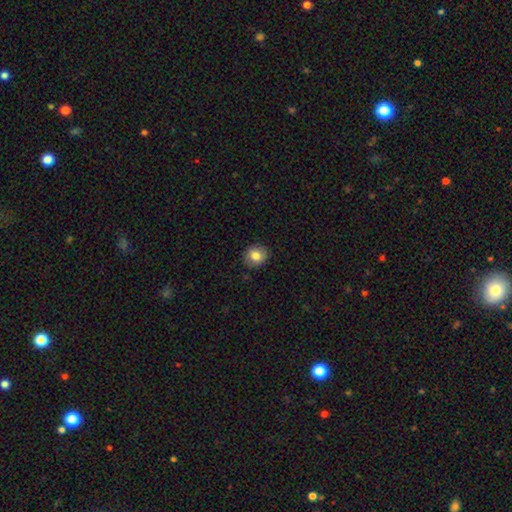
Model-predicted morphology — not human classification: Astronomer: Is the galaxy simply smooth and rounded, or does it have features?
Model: smooth — 82%.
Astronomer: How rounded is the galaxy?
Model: round — 79%.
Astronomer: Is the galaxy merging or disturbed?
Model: none — 87%.